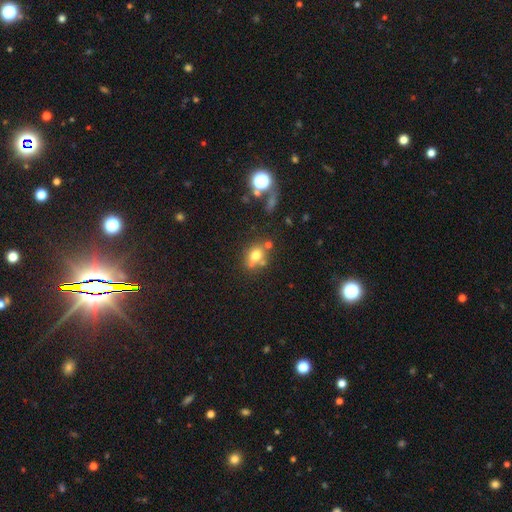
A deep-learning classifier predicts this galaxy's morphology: This is likely a smooth galaxy (70%). How rounded: possibly round (49%, tied with in between). Merging: possibly none (55%).